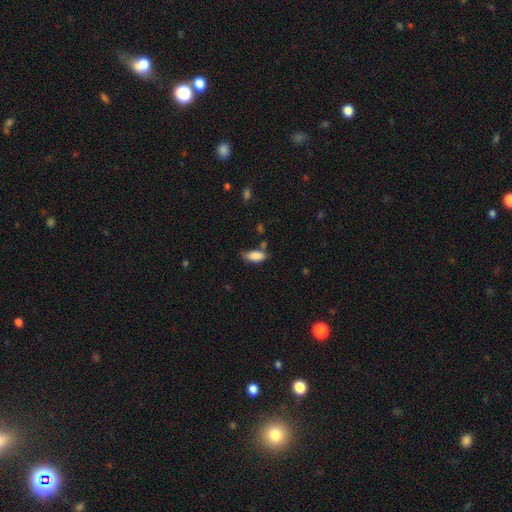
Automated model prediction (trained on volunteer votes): smooth_or_featured: smooth (p=0.87) [alt: star or artifact p=0.07]
how_rounded: in between (p=0.89) [alt: cigar-shaped p=0.09]
merging: none (p=0.59) [alt: minor disturbance p=0.27]